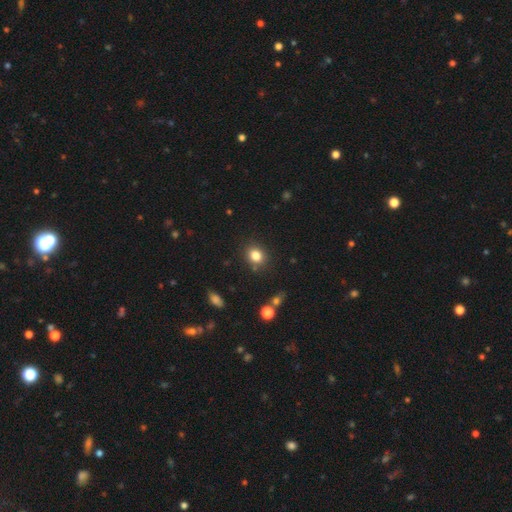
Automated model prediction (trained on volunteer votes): Smooth or featured? smooth (82%)
How rounded? round (63%)
Merging? none (84%)